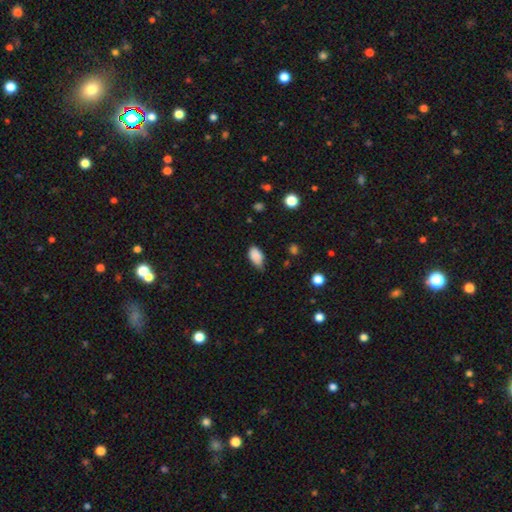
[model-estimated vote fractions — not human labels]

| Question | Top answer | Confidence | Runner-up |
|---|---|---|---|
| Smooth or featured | smooth | 86% | star or artifact (8%) |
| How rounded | in between | 91% | round (6%) |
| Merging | none | 49% | minor disturbance (43%) |